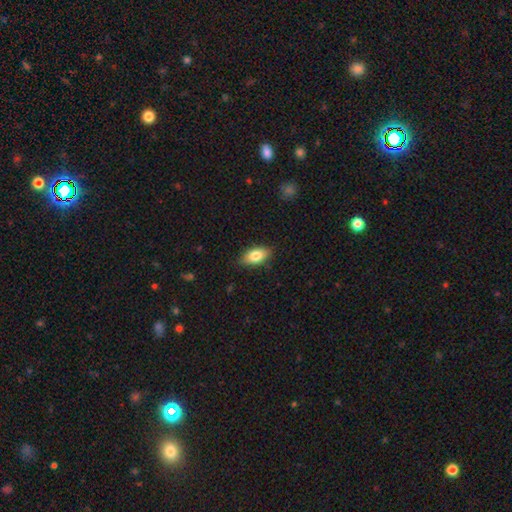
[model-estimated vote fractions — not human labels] A smooth galaxy with no disk features (82%) that is in between round and cigar-shaped (90%). Merging: none (85%).